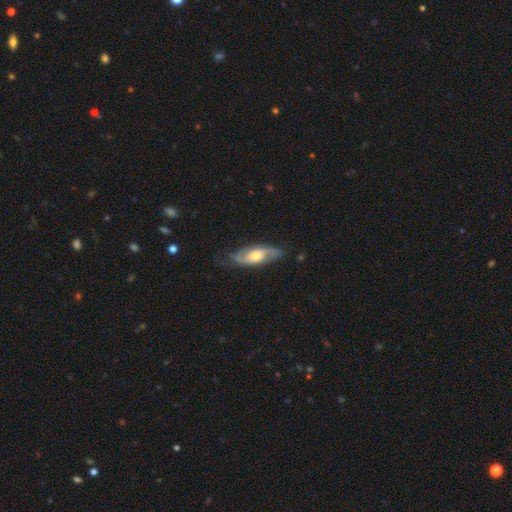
A featured or disk galaxy (76%) with no bar (68%), 2 (71%) medium (53%) spiral arms (77%) and a moderate central bulge (73%).

Vote fractions:
- Smooth or featured? featured or disk: 76% / smooth: 24% / star or artifact: 0%
- Edge-on disk? no: 79% / yes: 21%
- Bar? no: 68% / weak: 18% / strong: 14%
- Spiral arms? yes: 77% / no: 23%
- Spiral winding? medium: 53% / loose: 29% / tight: 18%
- Spiral arm count? 2: 71% / can't tell: 29% / 1: 0% / 3: 0% / 4: 0% / more than 4: 0%
- Bulge size? moderate: 73% / small: 18% / large: 9% / dominant: 0% / none: 0%
- Merging? none: 68% / minor disturbance: 19% / major disturbance: 14% / merger: 0%